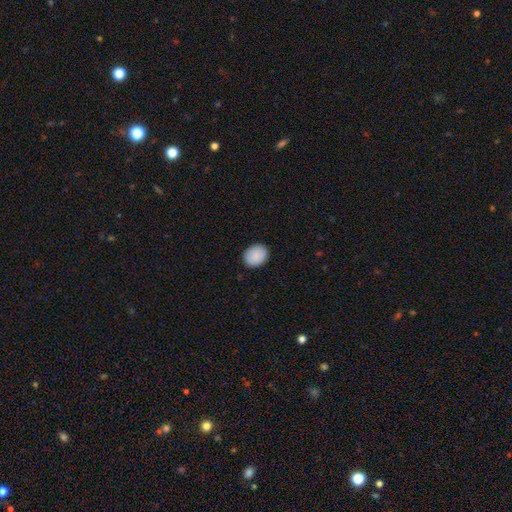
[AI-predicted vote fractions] This is clearly a smooth galaxy (90%). How rounded: possibly in between (56%). Merging: clearly none (88%).